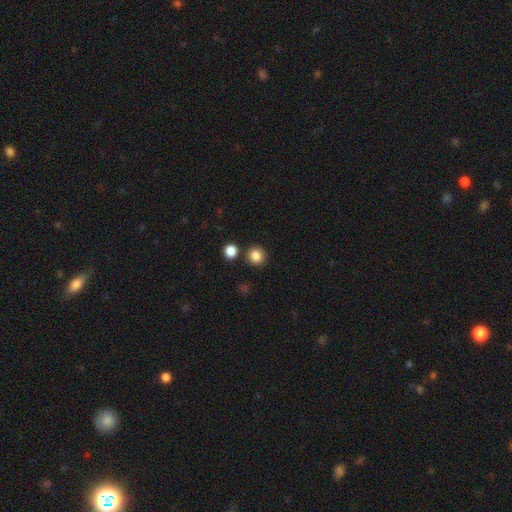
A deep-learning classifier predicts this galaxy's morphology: Smooth or featured? smooth (85%)
How rounded? round (91%)
Merging? none (85%)